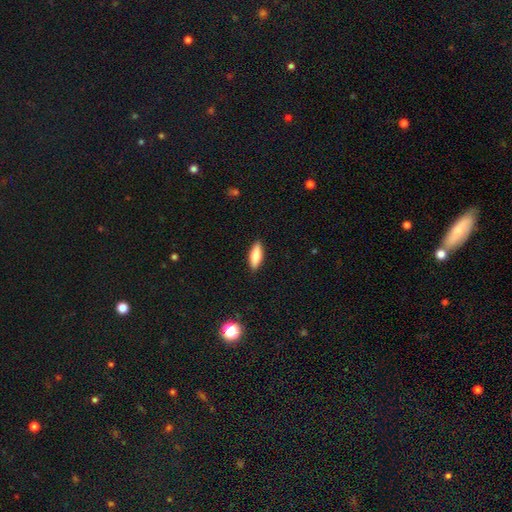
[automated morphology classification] Overall: smooth (76%). How rounded: in between (57%; cigar-shaped 41%). Merging: none (89%).